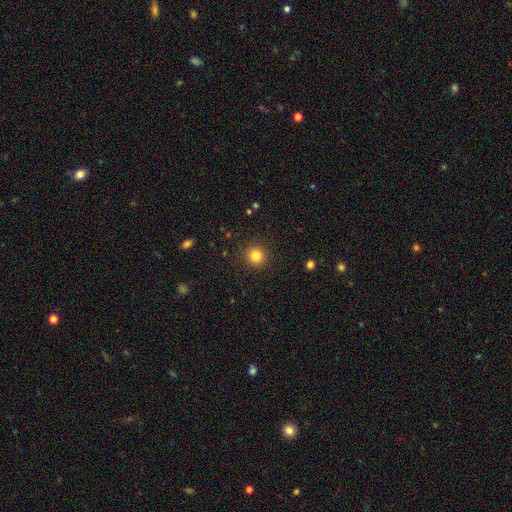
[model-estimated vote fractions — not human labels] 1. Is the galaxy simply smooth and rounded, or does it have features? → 82% smooth, 12% star or artifact, 6% featured or disk.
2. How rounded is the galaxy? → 94% round, 5% in between, 1% cigar-shaped.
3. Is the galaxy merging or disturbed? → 91% none, 6% minor disturbance, 2% major disturbance, 1% merger.